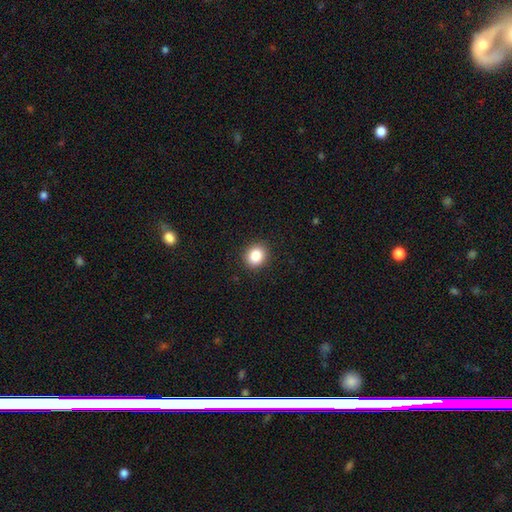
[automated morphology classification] A smooth galaxy with no disk features (86%) that is round (76%). Merging: none (91%).